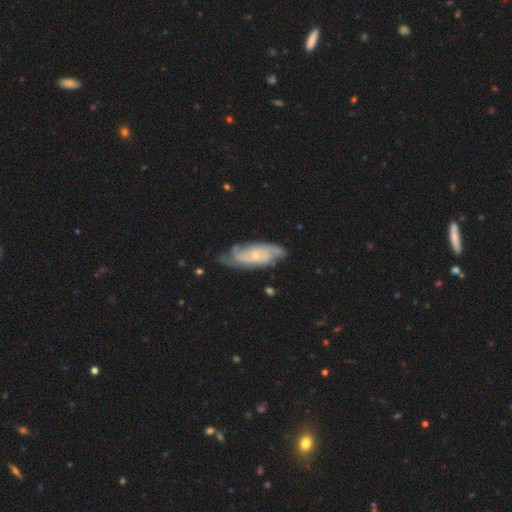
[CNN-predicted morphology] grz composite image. It shows a featured or disk galaxy (77%) with no bar (68%), tight (54%) spiral arms (93%) and a small central bulge (73%). Merging: none (70%).